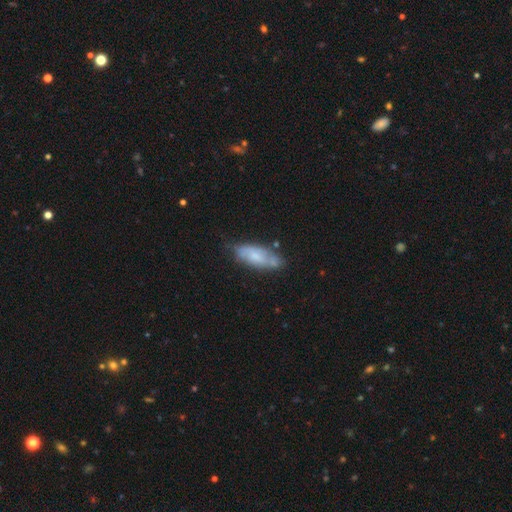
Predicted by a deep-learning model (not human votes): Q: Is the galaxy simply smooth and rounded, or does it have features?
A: smooth — 50%.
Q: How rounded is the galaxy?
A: in between — 72%.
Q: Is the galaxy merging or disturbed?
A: none — 61%.